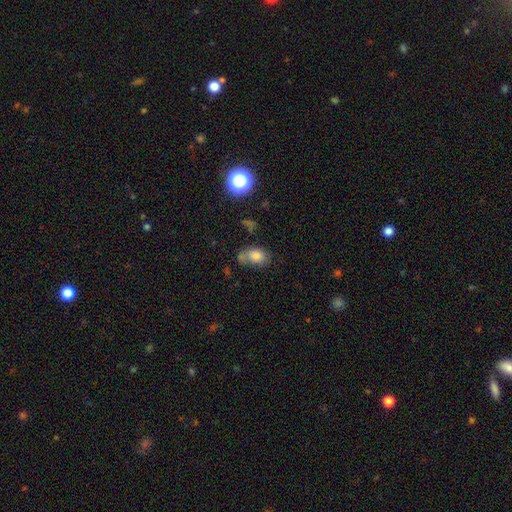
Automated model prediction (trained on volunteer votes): smooth-or-featured: smooth: 77% | star or artifact: 12% | featured or disk: 11%
  how-rounded: in between: 80% | round: 18% | cigar-shaped: 2%
  merging: none: 47% | minor disturbance: 23% | merger: 19% | major disturbance: 11%